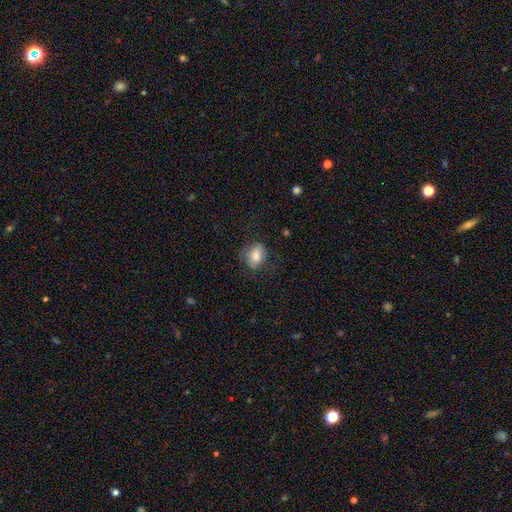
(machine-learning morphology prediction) smooth-or-featured: smooth: 79% | featured or disk: 13% | star or artifact: 8%
  how-rounded: in between: 69% | round: 29% | cigar-shaped: 2%
  merging: none: 70% | minor disturbance: 20% | major disturbance: 8% | merger: 1%